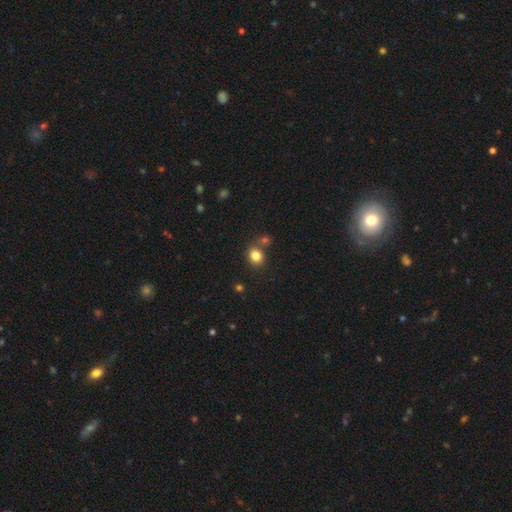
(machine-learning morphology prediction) This is clearly a smooth galaxy (82%). How rounded: likely round (64%). Merging: likely none (66%).